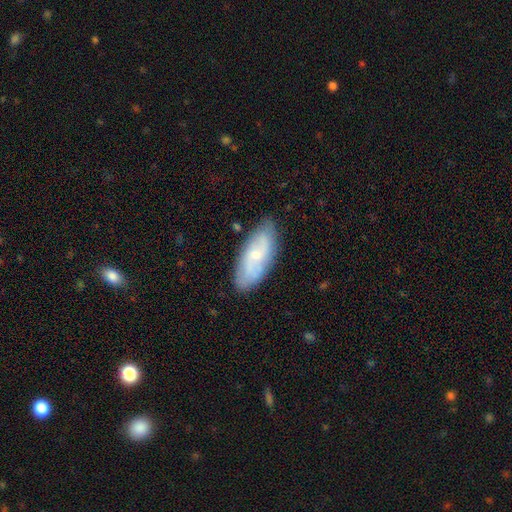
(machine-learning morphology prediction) A featured or disk galaxy (51%). Merging: none (79%).